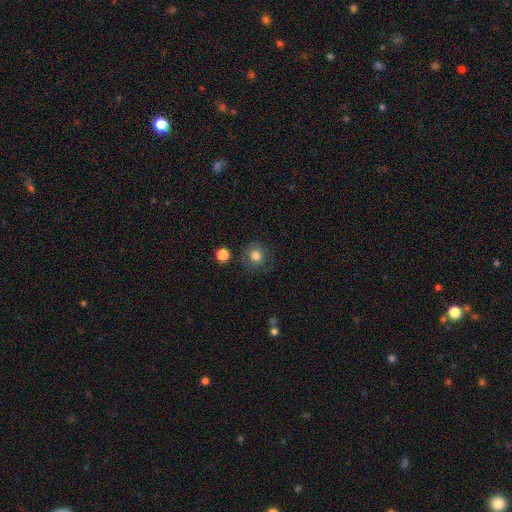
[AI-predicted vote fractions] This is clearly a smooth galaxy (80%). How rounded: clearly round (88%). Merging: likely none (80%).